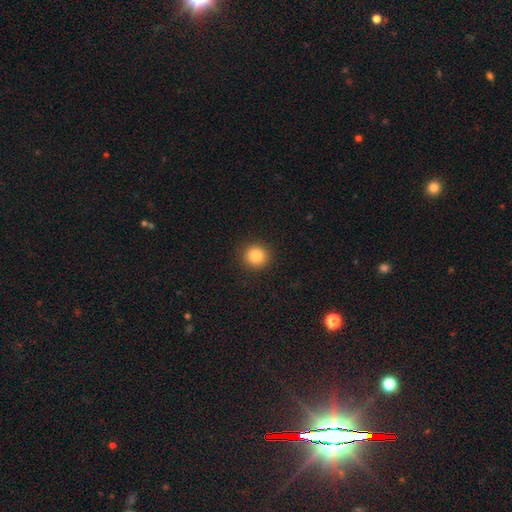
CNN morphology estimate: The model was most divided on "smooth or featured": smooth: 84%, star or artifact: 10%, featured or disk: 5%. More confident: how rounded — round (93%); merging — none (92%).